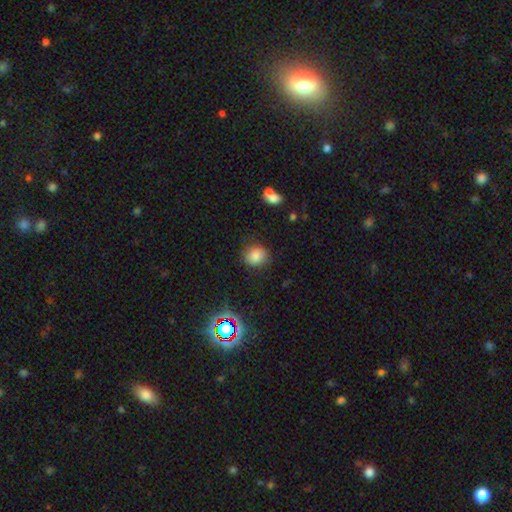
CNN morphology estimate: type=smooth (81%); roundness=round (78%); merging=none (83%).